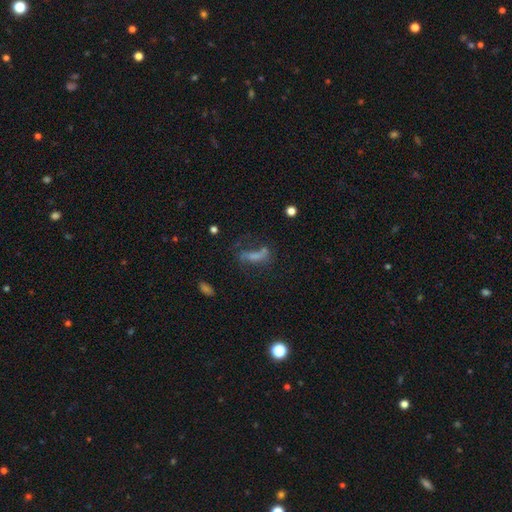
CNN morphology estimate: This appears to be a smooth galaxy with no disk features (45%). Merging: none (36%).